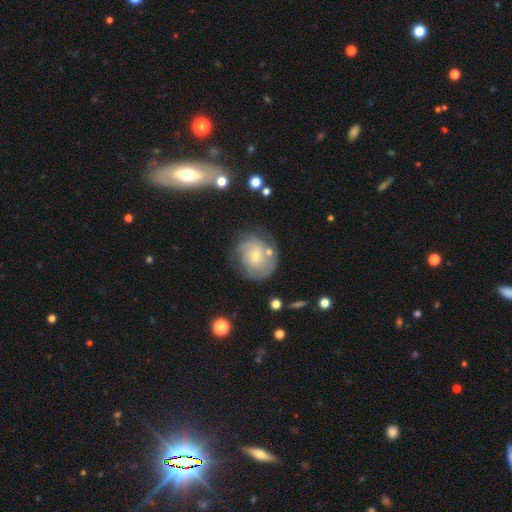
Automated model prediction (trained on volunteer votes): Smooth or featured: featured or disk — 68% (smooth — 25%)
Edge-on disk: no — 97% (yes — 3%)
Bar: no — 71% (weak — 25%)
Spiral arms: yes — 86% (no — 14%)
Spiral winding: tight — 60% (medium — 29%)
Spiral arm count: can't tell — 41% (2 — 28%)
Bulge size: small — 64% (moderate — 32%)
Merging: none — 63% (minor disturbance — 21%)